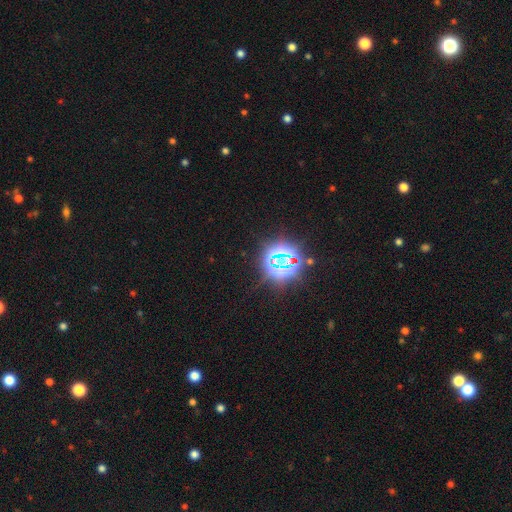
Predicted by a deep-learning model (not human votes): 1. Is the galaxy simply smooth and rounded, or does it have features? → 83% star or artifact, 12% smooth, 6% featured or disk.